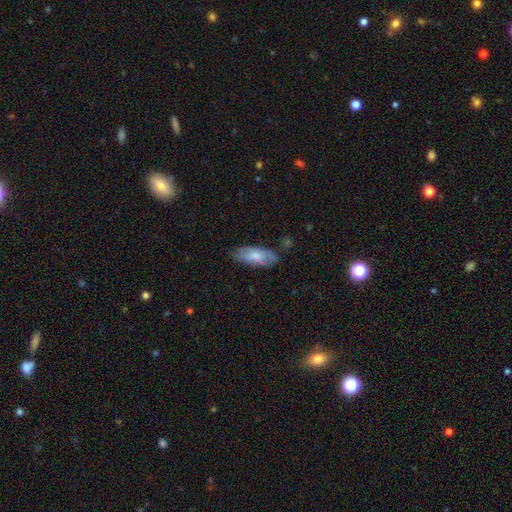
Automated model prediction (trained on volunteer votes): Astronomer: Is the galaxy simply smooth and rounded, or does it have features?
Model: smooth — 73%.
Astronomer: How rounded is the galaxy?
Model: in between — 78%.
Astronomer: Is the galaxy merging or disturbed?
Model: none — 72%.